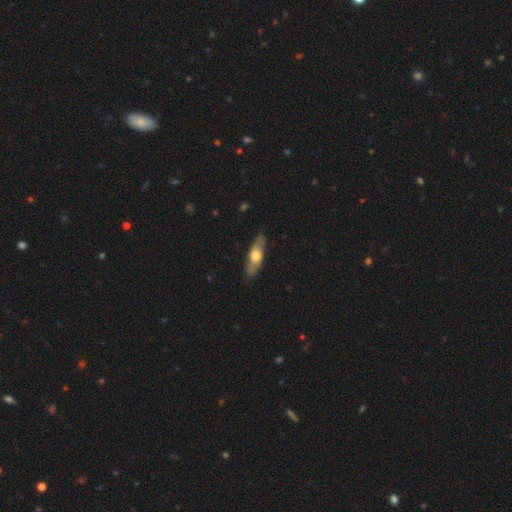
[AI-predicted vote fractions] Smooth or featured: smooth — 53% (featured or disk — 42%)
How rounded: in between — 52% (cigar-shaped — 45%)
Merging: none — 84% (minor disturbance — 12%)